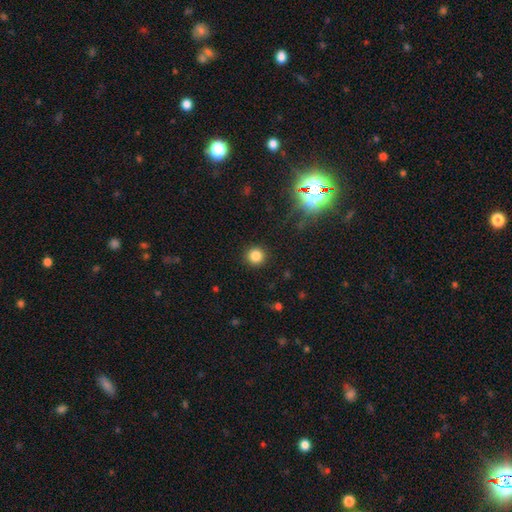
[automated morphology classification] Smooth or featured: smooth — 82% (star or artifact — 14%)
How rounded: round — 94% (in between — 5%)
Merging: none — 92% (minor disturbance — 5%)